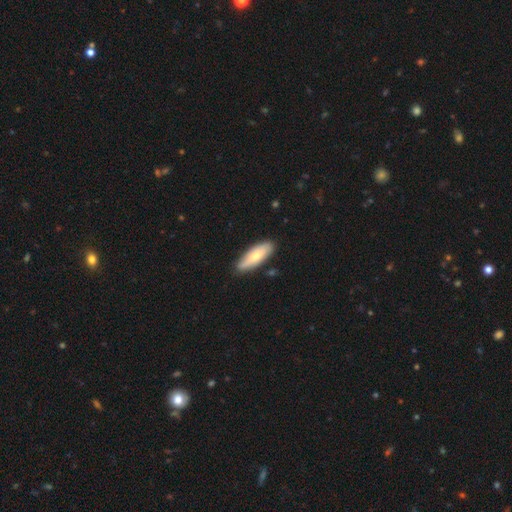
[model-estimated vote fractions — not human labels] A smooth galaxy with no disk features (66%) that is in between round and cigar-shaped (61%).

Vote fractions:
- Smooth or featured? smooth: 66% / featured or disk: 28% / star or artifact: 5%
- How rounded? in between: 61% / cigar-shaped: 37% / round: 2%
- Merging? none: 82% / minor disturbance: 14% / major disturbance: 2% / merger: 2%